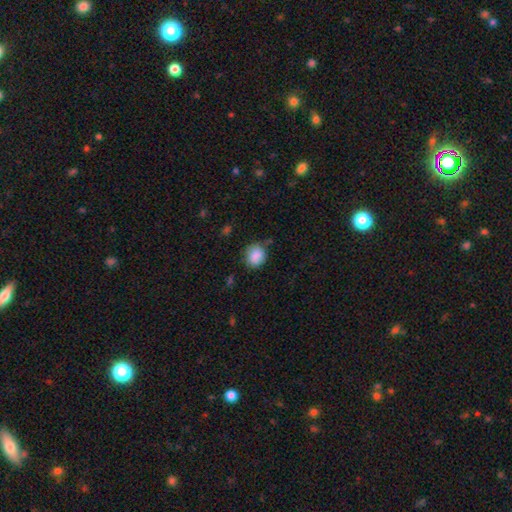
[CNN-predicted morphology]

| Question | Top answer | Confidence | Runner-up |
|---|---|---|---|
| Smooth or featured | smooth | 86% | star or artifact (8%) |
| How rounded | round | 70% | in between (30%) |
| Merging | none | 70% | minor disturbance (22%) |